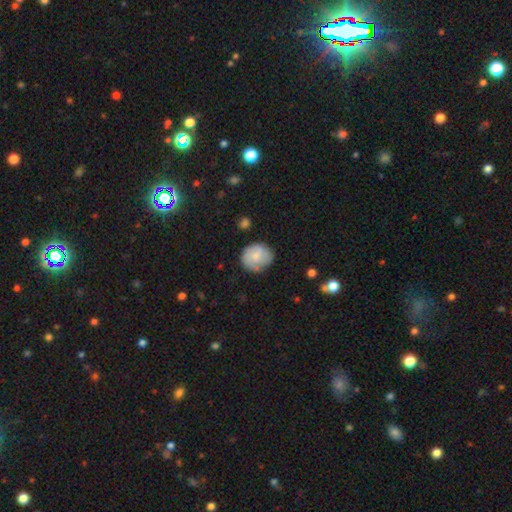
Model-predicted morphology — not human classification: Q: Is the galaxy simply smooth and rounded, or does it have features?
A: smooth — 71%.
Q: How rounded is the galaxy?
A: round — 75%.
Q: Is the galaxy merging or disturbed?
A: none — 67%.